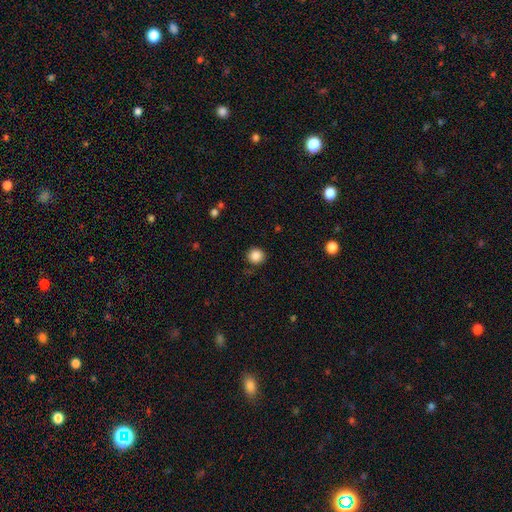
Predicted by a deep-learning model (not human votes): Smooth or featured?
  - smooth: 86% *
  - star or artifact: 10%
  - featured or disk: 4%
How rounded?
  - round: 92% *
  - in between: 7%
  - cigar-shaped: 1%
Merging?
  - none: 87% *
  - minor disturbance: 9%
  - major disturbance: 3%
  - merger: 1%